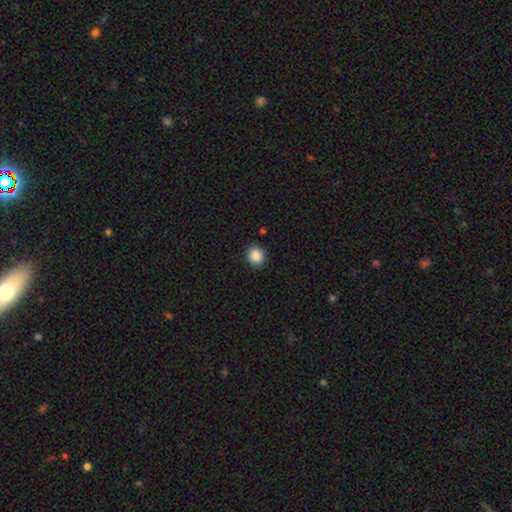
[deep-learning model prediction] A smooth galaxy with no disk features (87%) that is round (87%).

Vote fractions:
- Smooth or featured? smooth: 87% / star or artifact: 10% / featured or disk: 3%
- How rounded? round: 87% / in between: 12% / cigar-shaped: 1%
- Merging? none: 91% / minor disturbance: 6% / major disturbance: 2% / merger: 1%